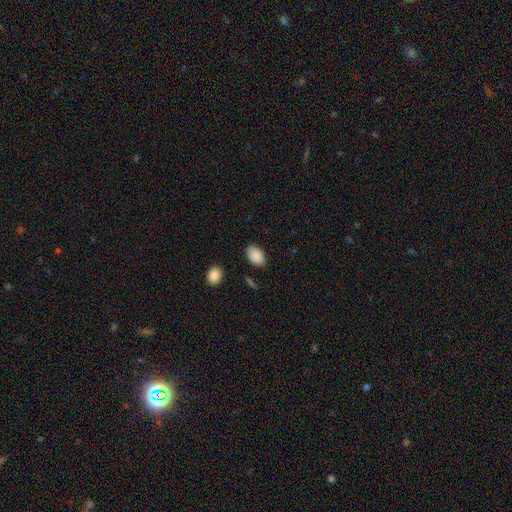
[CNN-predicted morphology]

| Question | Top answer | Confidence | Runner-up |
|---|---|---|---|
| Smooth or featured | smooth | 88% | star or artifact (7%) |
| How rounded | in between | 88% | round (11%) |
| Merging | none | 84% | minor disturbance (12%) |